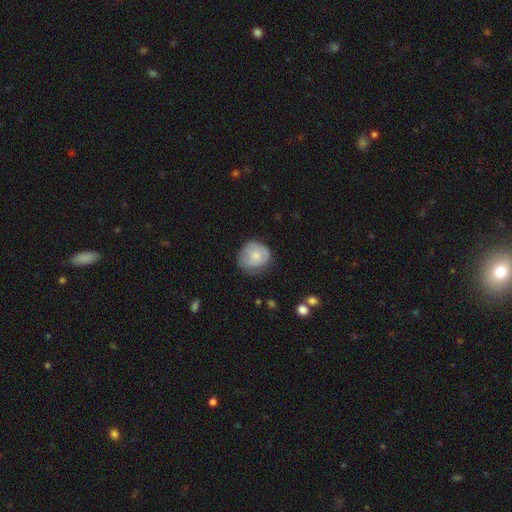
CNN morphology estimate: Smooth or featured? Predicted: smooth (p=0.62). How rounded? Predicted: round (p=0.81). Merging? Predicted: none (p=0.65).